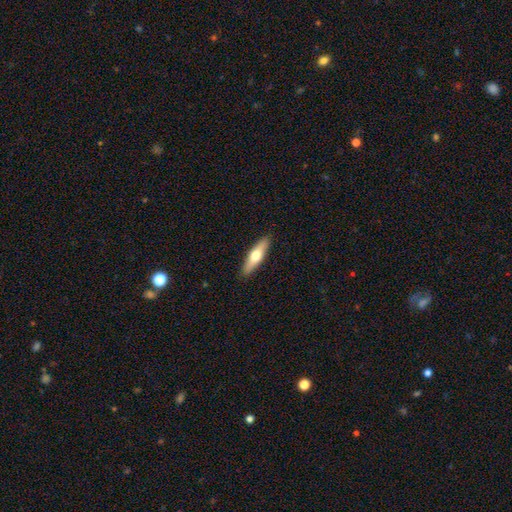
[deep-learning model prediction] smooth 55%, featured or disk 40%, star or artifact 5%. Down the decision tree: how rounded — cigar-shaped (65%); merging — none (90%).